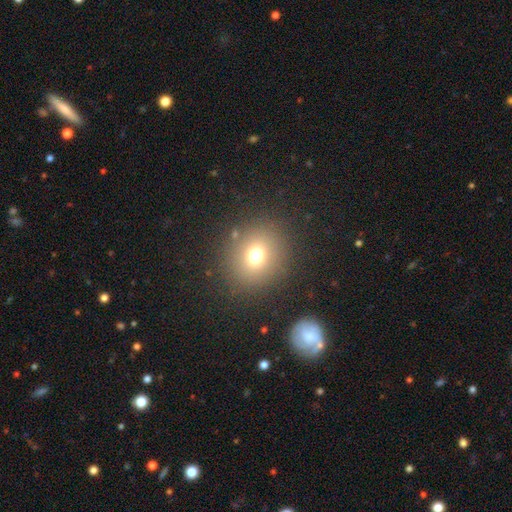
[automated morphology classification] This appears to be a smooth galaxy with no disk features (70%) that is round (82%). Merging: none (85%).